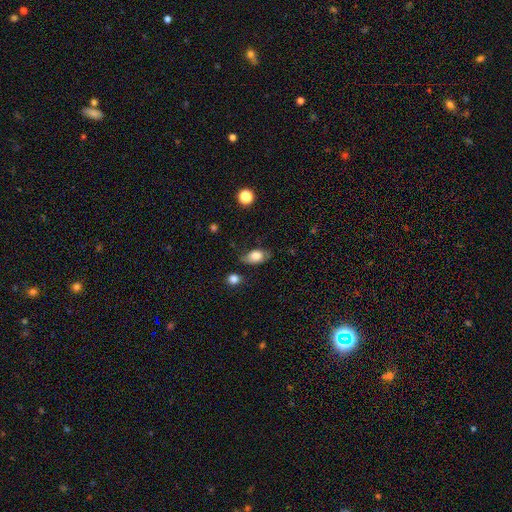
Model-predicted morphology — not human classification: Smooth or featured? smooth (74%)
How rounded? in between (88%)
Merging? none (66%)